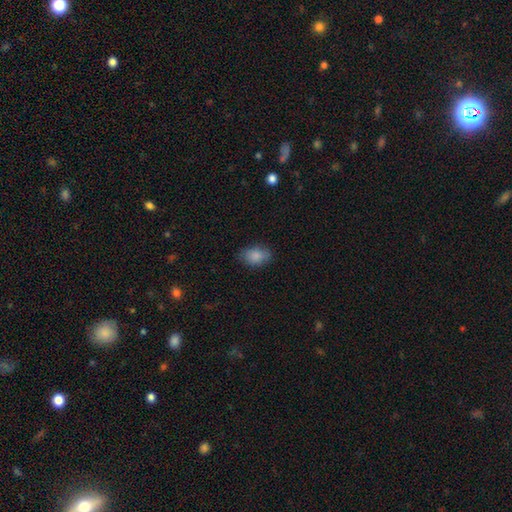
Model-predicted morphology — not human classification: smooth 86%, star or artifact 8%, featured or disk 6%. Down the decision tree: how rounded — in between (79%); merging — none (78%).